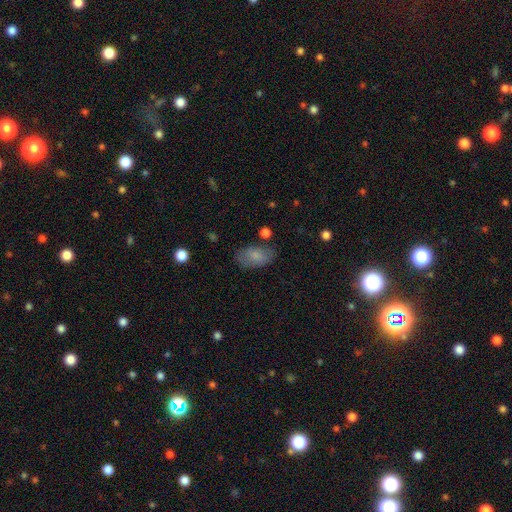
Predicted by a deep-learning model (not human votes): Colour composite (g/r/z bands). It shows a smooth galaxy with no disk features (79%) that is in between round and cigar-shaped (93%). Merging: none (72%).